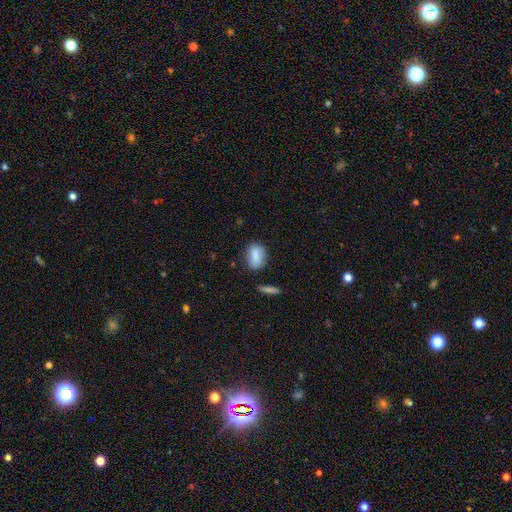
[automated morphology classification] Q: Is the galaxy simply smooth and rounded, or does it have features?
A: smooth — 83%.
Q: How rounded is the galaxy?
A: in between — 79%.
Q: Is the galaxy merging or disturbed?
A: none — 72%.